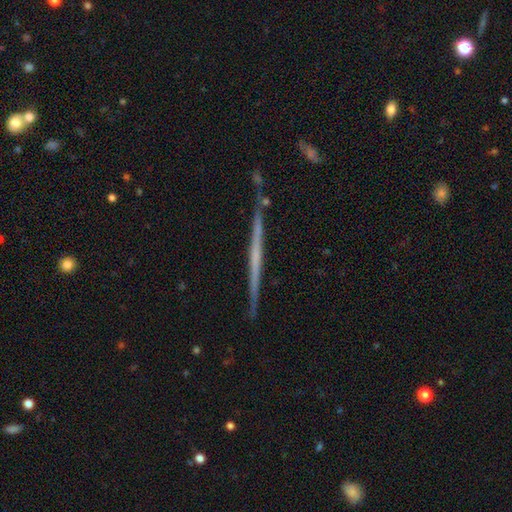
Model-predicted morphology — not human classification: type=featured or disk (70%); edge-on=yes (98%); edge-on bulge=none (82%); merging=none (89%).